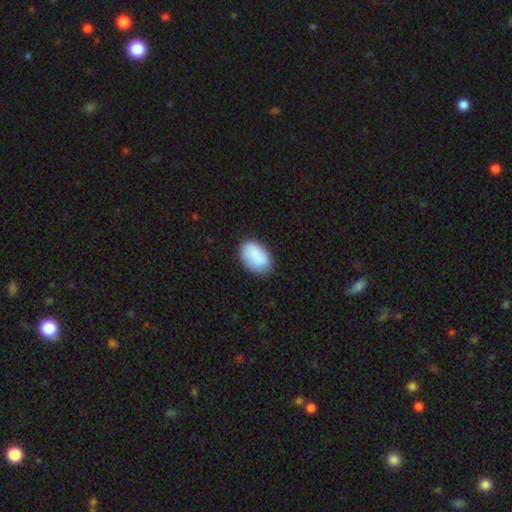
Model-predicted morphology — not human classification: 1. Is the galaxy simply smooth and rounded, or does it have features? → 85% smooth, 9% featured or disk, 6% star or artifact.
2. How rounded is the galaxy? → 86% in between, 13% round, 1% cigar-shaped.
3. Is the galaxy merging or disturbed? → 78% none, 17% minor disturbance, 4% major disturbance, 2% merger.